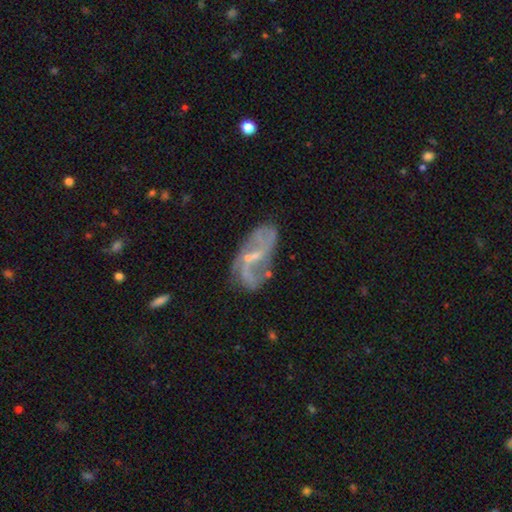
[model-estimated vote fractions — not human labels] Smooth or featured? featured or disk (76%)
Edge-on disk? no (94%)
Bar? weak (46%)
Spiral arms? yes (81%)
Spiral winding? loose (62%)
Spiral arm count? 2 (63%)
Bulge size? small (60%)
Merging? none (54%)